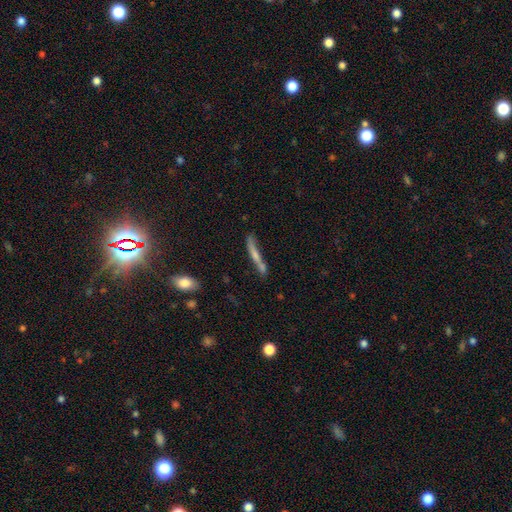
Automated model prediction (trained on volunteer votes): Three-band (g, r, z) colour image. It shows a featured or disk galaxy (45%, tied with smooth). Merging: none (56%).